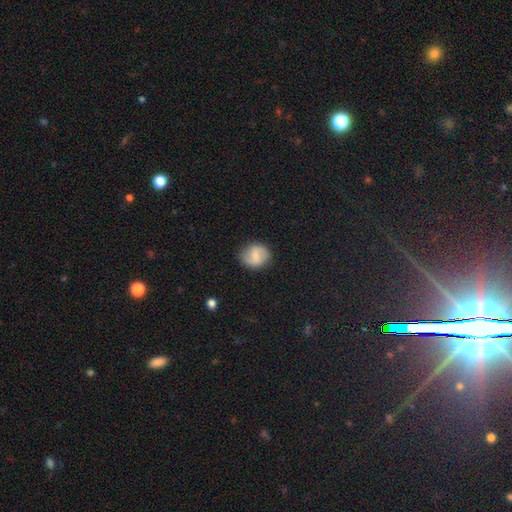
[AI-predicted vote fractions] Smooth or featured: smooth — 51% (featured or disk — 41%)
How rounded: round — 68% (in between — 31%)
Merging: none — 83% (minor disturbance — 12%)